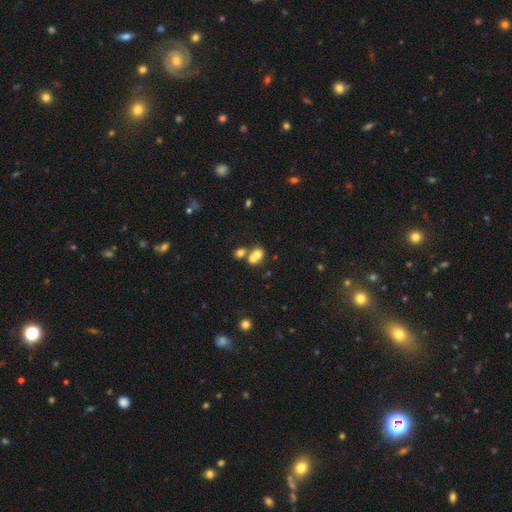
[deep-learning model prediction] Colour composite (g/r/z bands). It shows a smooth galaxy with no disk features (67%) that is round (59%). Merging: merger (63%).